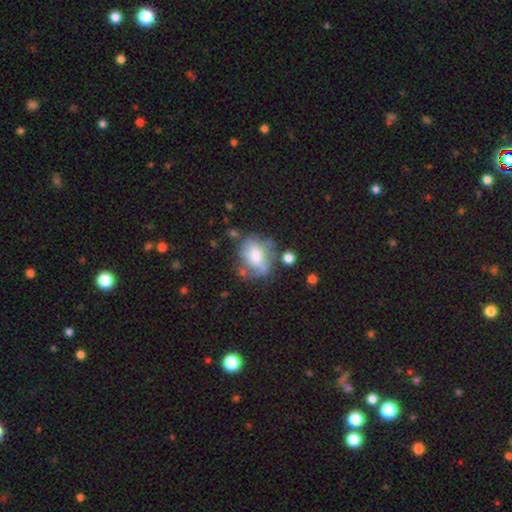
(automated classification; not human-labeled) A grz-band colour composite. It shows a smooth galaxy with no disk features (51%) that is in between round and cigar-shaped (56%). Merging: none (47%).